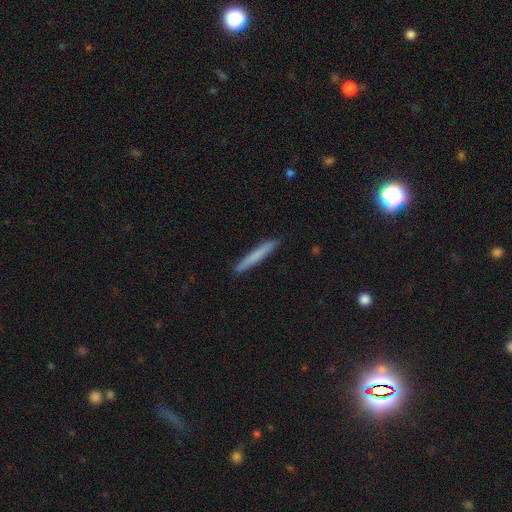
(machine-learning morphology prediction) Smooth or featured: smooth — 72% (featured or disk — 22%)
How rounded: cigar-shaped — 97% (in between — 2%)
Merging: none — 92% (minor disturbance — 6%)